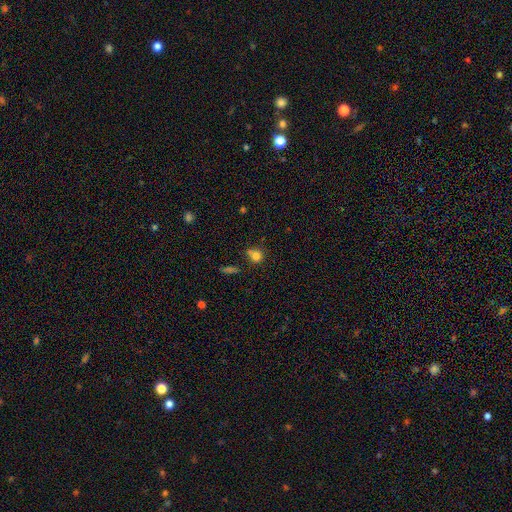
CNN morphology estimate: Smooth or featured? smooth (79%)
How rounded? round (83%)
Merging? none (60%)